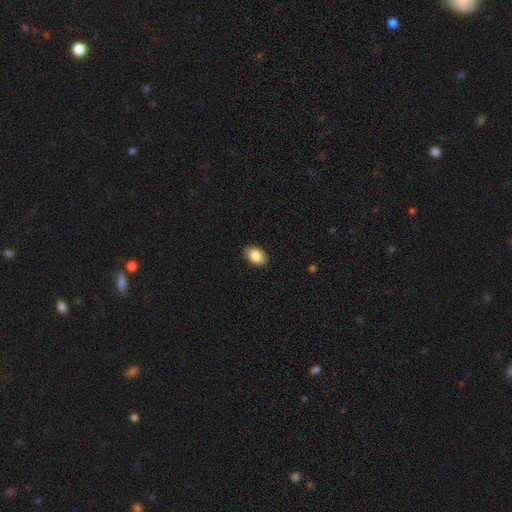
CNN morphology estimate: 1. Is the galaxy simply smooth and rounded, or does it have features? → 88% smooth, 7% star or artifact, 5% featured or disk.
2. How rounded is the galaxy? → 88% in between, 10% round, 1% cigar-shaped.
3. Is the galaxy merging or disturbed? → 89% none, 8% minor disturbance, 2% major disturbance, 1% merger.